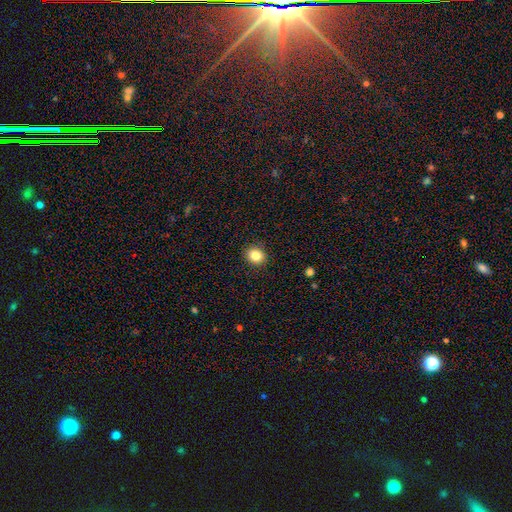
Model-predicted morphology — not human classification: Smooth or featured? Predicted: smooth (p=0.84). How rounded? Predicted: round (p=0.78). Merging? Predicted: none (p=0.91).